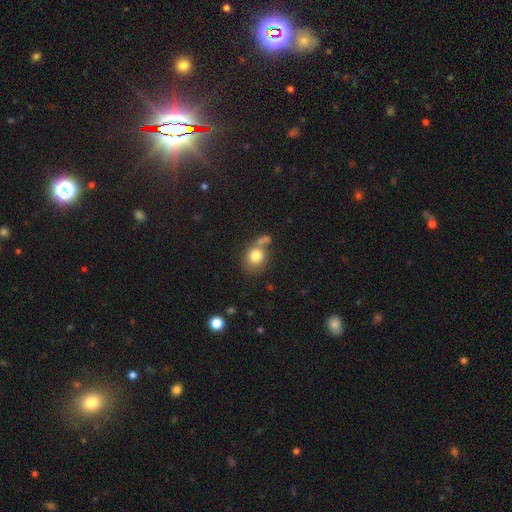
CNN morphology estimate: Smooth or featured? smooth (79%)
How rounded? round (69%)
Merging? none (49%)